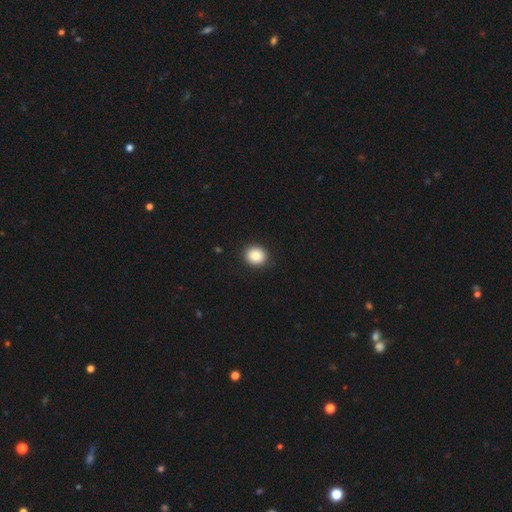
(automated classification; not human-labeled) Morphology: type=smooth (86%); roundness=round (82%); merging=none (91%).